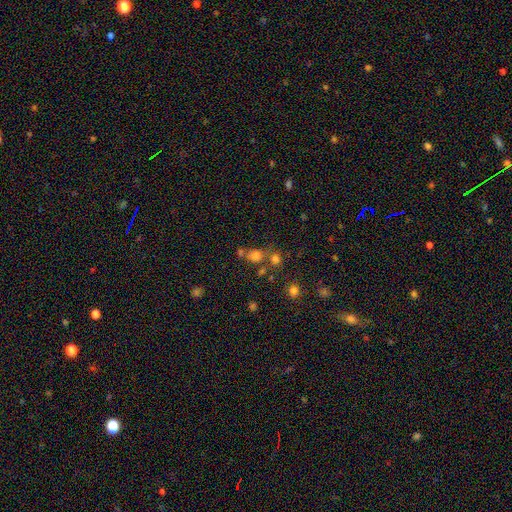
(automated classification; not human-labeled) smooth 66%, star or artifact 24%, featured or disk 10%. Down the decision tree: how rounded — round (67%); merging — none (53%).